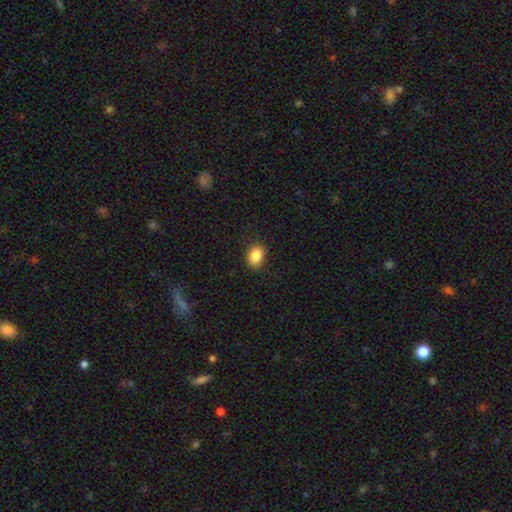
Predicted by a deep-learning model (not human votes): smooth_or_featured: smooth (p=0.87) [alt: star or artifact p=0.09]
how_rounded: in between (p=0.67) [alt: round p=0.31]
merging: none (p=0.87) [alt: minor disturbance p=0.09]